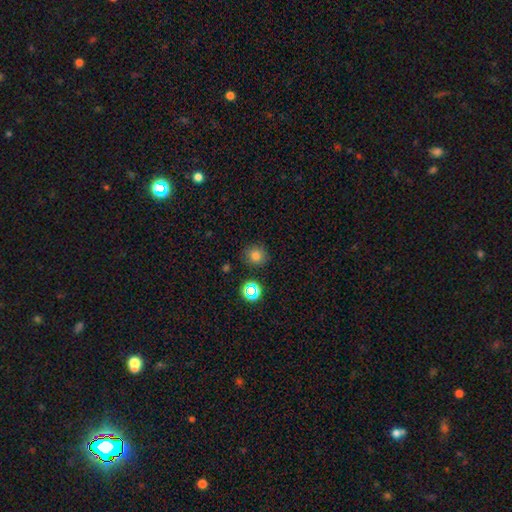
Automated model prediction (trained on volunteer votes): Smooth or featured? Predicted: smooth (p=0.75). How rounded? Predicted: round (p=0.88). Merging? Predicted: none (p=0.84).